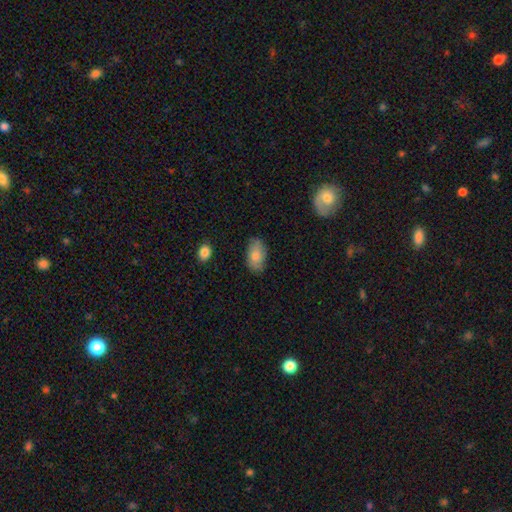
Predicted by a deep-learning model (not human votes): Smooth or featured? smooth (79%)
How rounded? in between (92%)
Merging? none (78%)